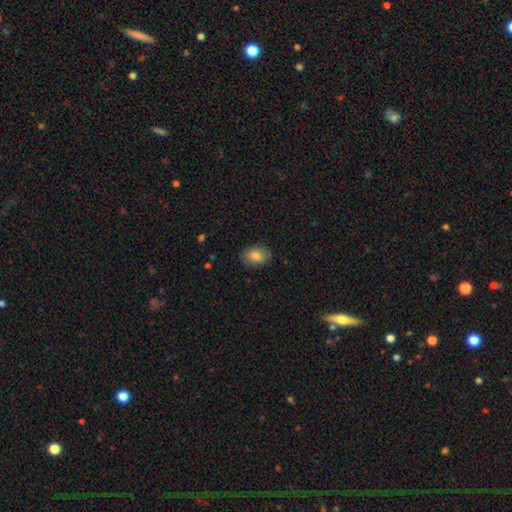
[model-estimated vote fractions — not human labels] This is clearly a smooth galaxy (83%). How rounded: clearly in between (83%). Merging: clearly none (85%).